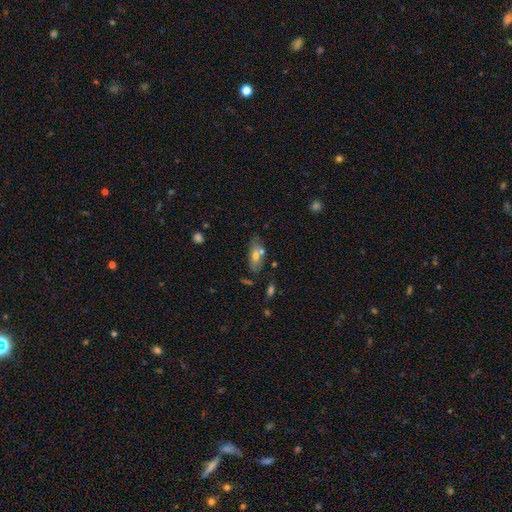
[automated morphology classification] Smooth or featured: smooth — 62% (featured or disk — 29%)
How rounded: in between — 81% (cigar-shaped — 15%)
Merging: none — 58% (merger — 19%)